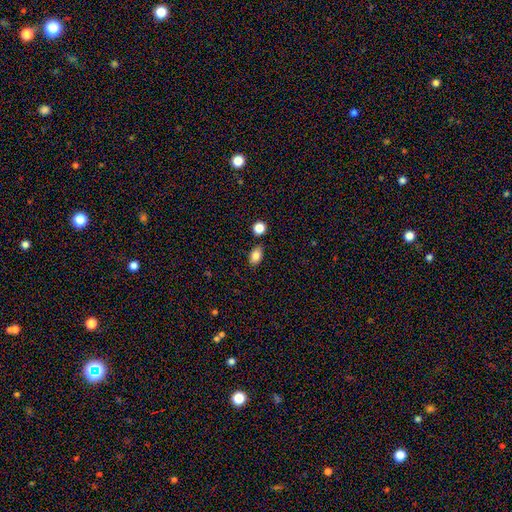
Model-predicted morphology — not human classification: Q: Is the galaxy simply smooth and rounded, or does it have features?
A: smooth — 85%.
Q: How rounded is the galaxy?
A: in between — 84%.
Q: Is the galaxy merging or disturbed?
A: none — 80%.